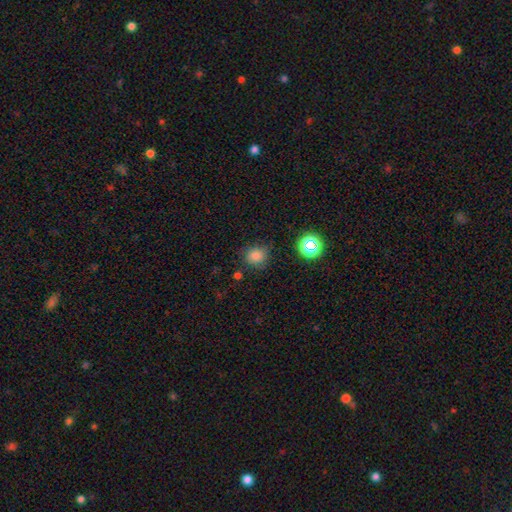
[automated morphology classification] A smooth galaxy with no disk features (80%) that is round (82%). Merging: none (77%).